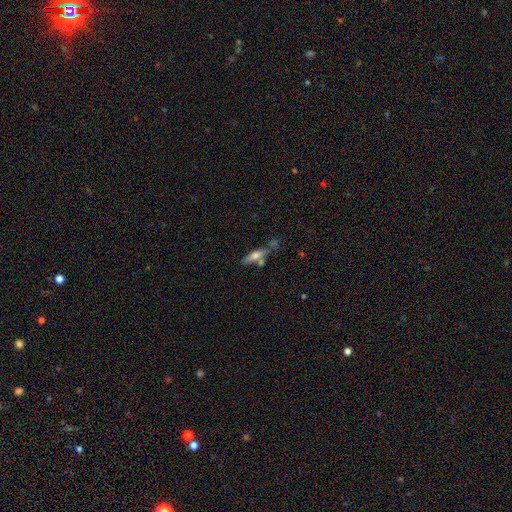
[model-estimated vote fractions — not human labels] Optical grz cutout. It shows a smooth galaxy with no disk features (56%) that is cigar-shaped (63%). Merging: none (51%).